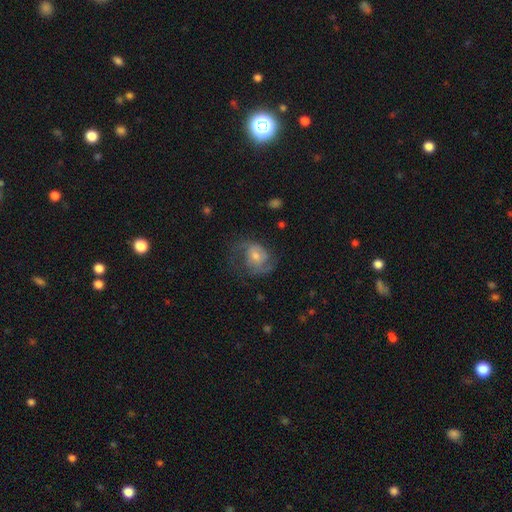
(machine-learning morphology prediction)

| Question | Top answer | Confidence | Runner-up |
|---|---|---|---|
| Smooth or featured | featured or disk | 71% | smooth (20%) |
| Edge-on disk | no | 97% | yes (3%) |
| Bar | no | 65% | weak (29%) |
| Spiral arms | yes | 89% | no (11%) |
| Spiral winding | medium | 48% | tight (28%) |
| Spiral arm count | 2 | 65% | can't tell (16%) |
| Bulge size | small | 47% | moderate (46%) |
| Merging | none | 58% | minor disturbance (21%) |